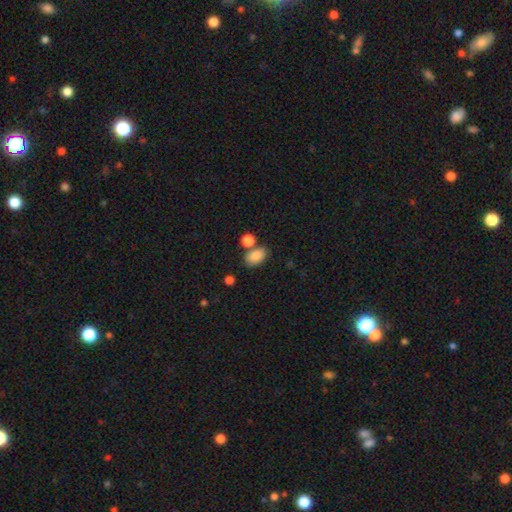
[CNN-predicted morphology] Smooth or featured?
  - smooth: 85% *
  - star or artifact: 9%
  - featured or disk: 6%
How rounded?
  - in between: 85% *
  - round: 13%
  - cigar-shaped: 1%
Merging?
  - none: 64% *
  - merger: 18%
  - minor disturbance: 14%
  - major disturbance: 4%